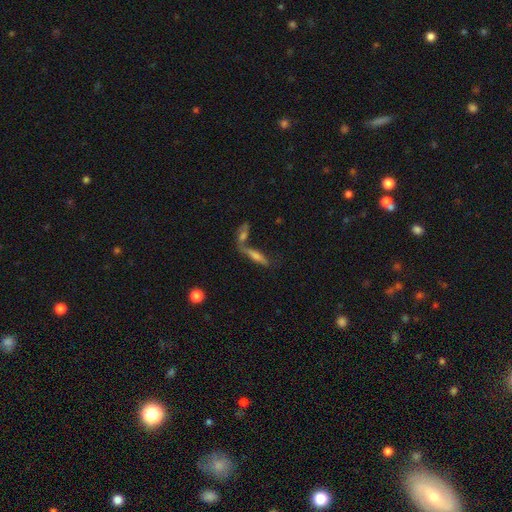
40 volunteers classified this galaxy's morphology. smooth-or-featured: featured or disk: 68% | smooth: 28% | star or artifact: 5%
  disk-edge-on: yes: 85% | no: 15%
    edge-on-bulge: rounded: 61% | boxy: 30% | none: 9%
  merging: merger: 63% | none: 18% | major disturbance: 11% | minor disturbance: 8%